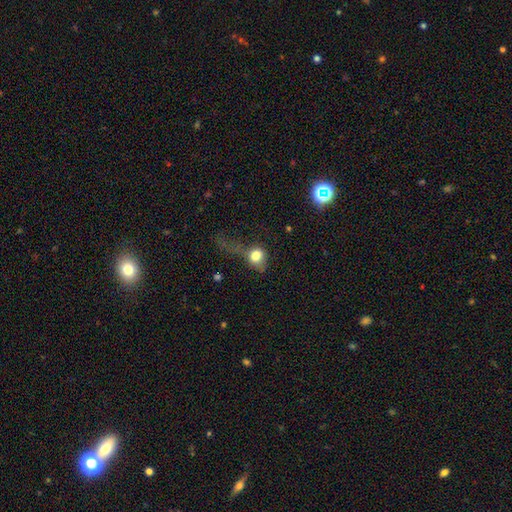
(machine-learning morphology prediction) Smooth or featured: smooth — 72% (featured or disk — 16%)
How rounded: round — 58% (in between — 39%)
Merging: major disturbance — 57% (minor disturbance — 18%)